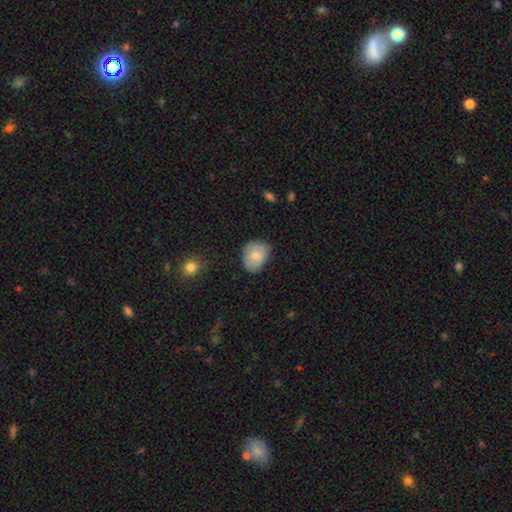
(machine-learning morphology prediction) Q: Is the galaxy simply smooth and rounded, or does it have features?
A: smooth — 73%.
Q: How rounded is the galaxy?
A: in between — 59%.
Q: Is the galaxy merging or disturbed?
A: none — 58%.